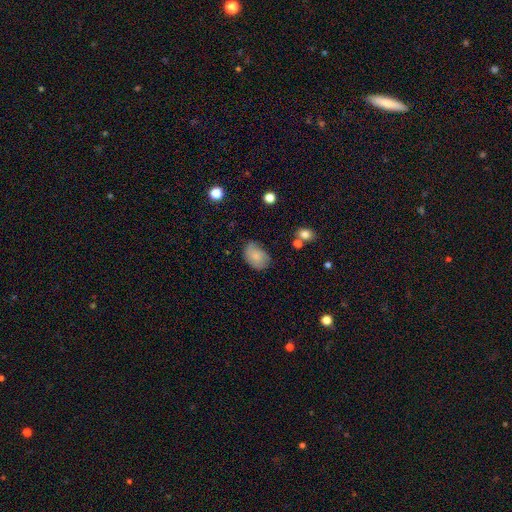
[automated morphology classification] This is likely a smooth galaxy (71%). How rounded: likely in between (77%). Merging: likely none (61%).